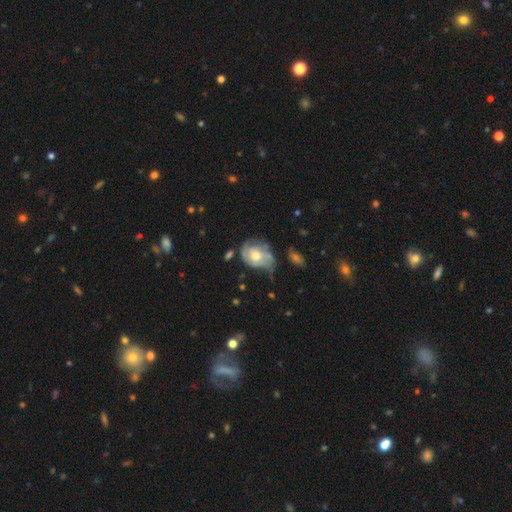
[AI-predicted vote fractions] Smooth or featured?
  - featured or disk: 50% *
  - smooth: 43%
  - star or artifact: 7%
Merging?
  - none: 37% *
  - minor disturbance: 35%
  - major disturbance: 21%
  - merger: 7%